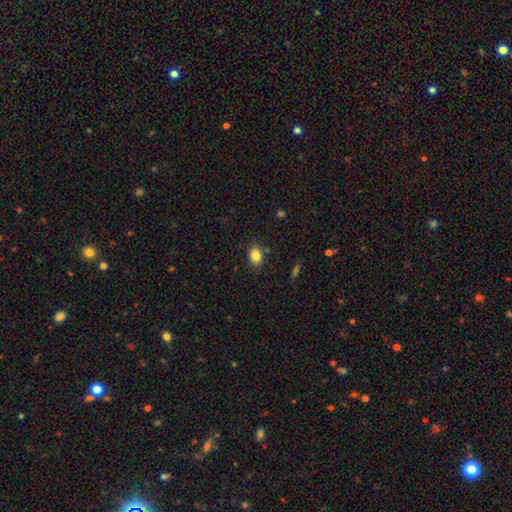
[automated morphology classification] A smooth galaxy with no disk features (84%) that is in between round and cigar-shaped (79%). Merging: none (84%).